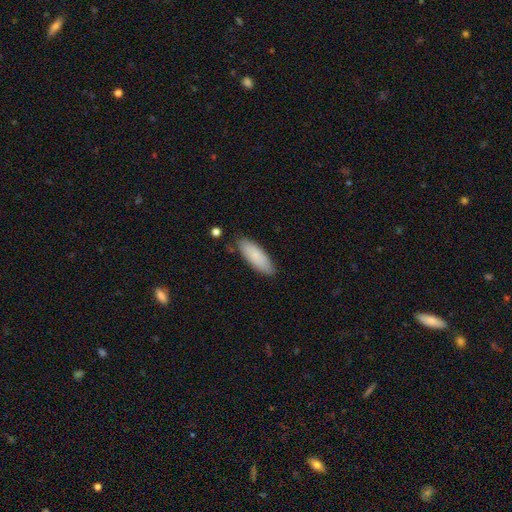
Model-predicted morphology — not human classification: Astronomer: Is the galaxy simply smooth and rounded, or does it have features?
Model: smooth — 84%.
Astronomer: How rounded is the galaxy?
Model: in between — 64%.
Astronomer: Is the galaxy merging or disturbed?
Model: none — 83%.